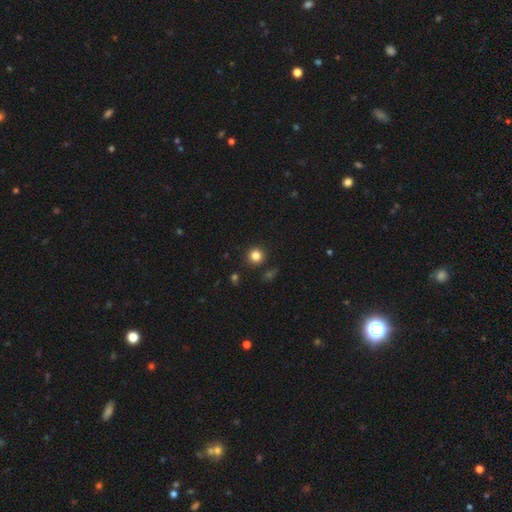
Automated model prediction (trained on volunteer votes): Q: Smooth or featured?
A: smooth (83%); runner-up: star or artifact (12%)
Q: How rounded?
A: round (94%); runner-up: in between (5%)
Q: Merging?
A: none (90%); runner-up: minor disturbance (6%)